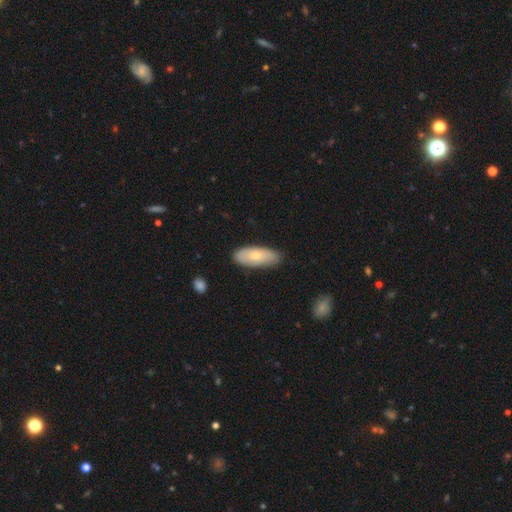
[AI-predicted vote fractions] This appears to be a smooth galaxy with no disk features (68%) that is in between round and cigar-shaped (82%). Merging: none (80%).